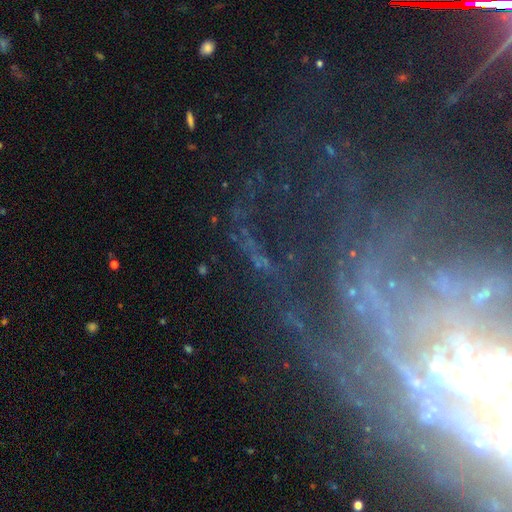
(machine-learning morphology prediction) Smooth or featured? Predicted: featured or disk (p=0.62). Edge-on disk? Predicted: no (p=0.90). Bar? Predicted: no (p=0.46). Spiral arms? Predicted: yes (p=0.82). Bulge size? Predicted: small (p=0.58). Merging? Predicted: none (p=0.60).